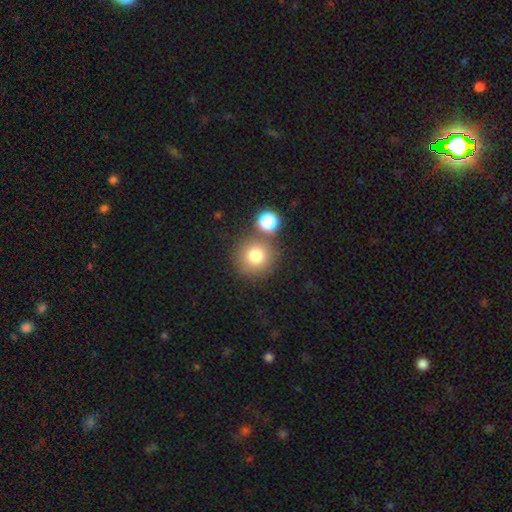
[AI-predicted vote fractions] Smooth or featured? smooth (78%)
How rounded? round (93%)
Merging? none (70%)